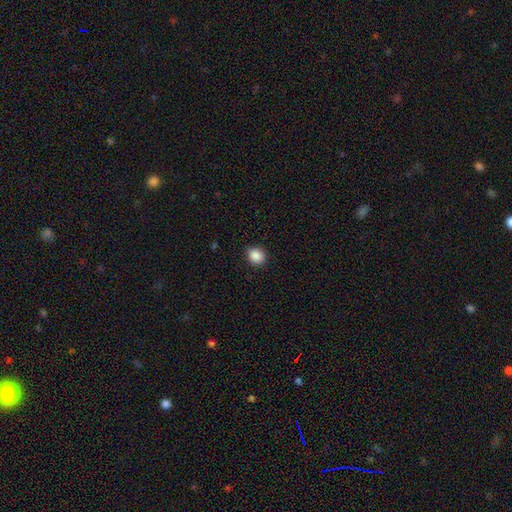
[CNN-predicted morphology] smooth_or_featured: smooth (p=0.88) [alt: star or artifact p=0.09]
how_rounded: round (p=0.64) [alt: in between p=0.35]
merging: none (p=0.87) [alt: minor disturbance p=0.09]